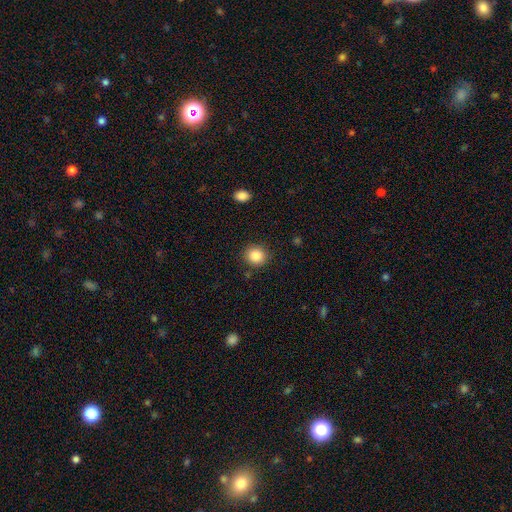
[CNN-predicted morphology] Overall: smooth (86%). How rounded: round (86%). Merging: none (88%).